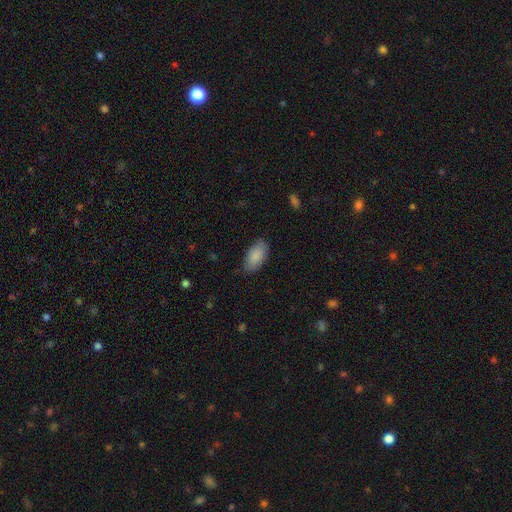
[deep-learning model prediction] smooth 88%, star or artifact 6%, featured or disk 6%. Down the decision tree: how rounded — in between (94%); merging — none (79%).